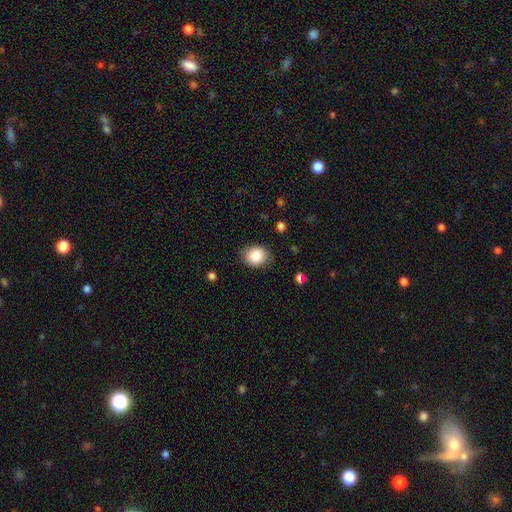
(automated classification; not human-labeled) smooth 85%, star or artifact 9%, featured or disk 6%. Down the decision tree: how rounded — round (63%); merging — none (85%).